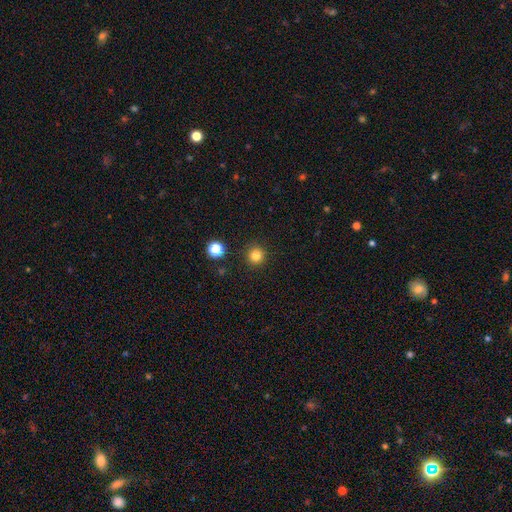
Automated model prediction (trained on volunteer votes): smooth_or_featured: smooth (p=0.81) [alt: star or artifact p=0.14]
how_rounded: round (p=0.95) [alt: in between p=0.04]
merging: none (p=0.91) [alt: minor disturbance p=0.05]